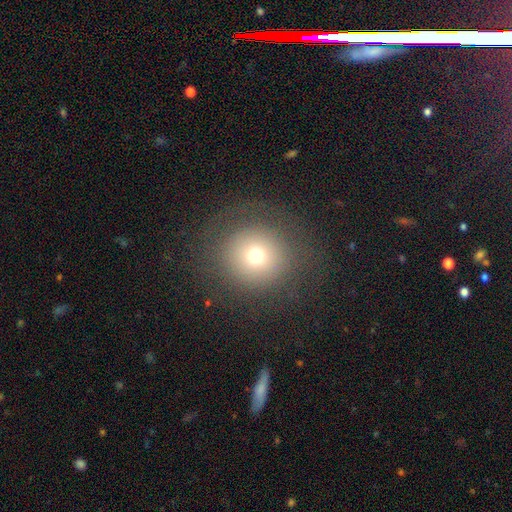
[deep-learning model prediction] Smooth or featured? Predicted: smooth (p=0.68). How rounded? Predicted: round (p=0.93). Merging? Predicted: none (p=0.80).